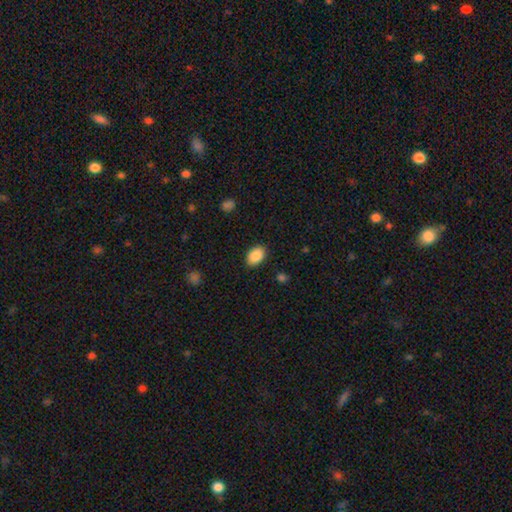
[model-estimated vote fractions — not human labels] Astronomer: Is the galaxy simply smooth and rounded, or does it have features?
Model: smooth — 88%.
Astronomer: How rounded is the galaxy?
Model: in between — 87%.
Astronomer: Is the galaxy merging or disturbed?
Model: none — 88%.